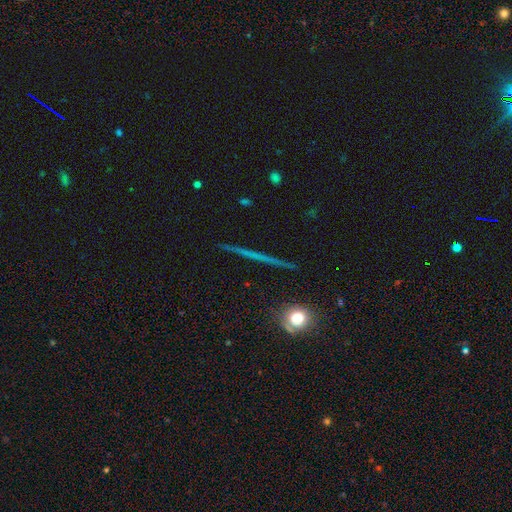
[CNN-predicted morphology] A featured or disk galaxy (61%) viewed edge-on (97%) with no central bulge (91%).

Vote fractions:
- Smooth or featured? featured or disk: 61% / smooth: 27% / star or artifact: 12%
- Edge-on disk? yes: 97% / no: 3%
- Edge-on bulge? none: 91% / rounded: 6% / boxy: 3%
- Merging? none: 92% / minor disturbance: 5% / major disturbance: 1% / merger: 1%